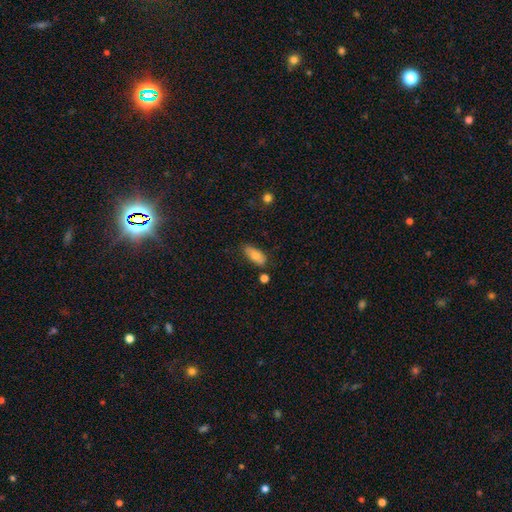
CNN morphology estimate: The model was most divided on "merging": none: 72%, minor disturbance: 20%, merger: 4%, major disturbance: 4%. More confident: how rounded — in between (85%); smooth or featured — smooth (76%).